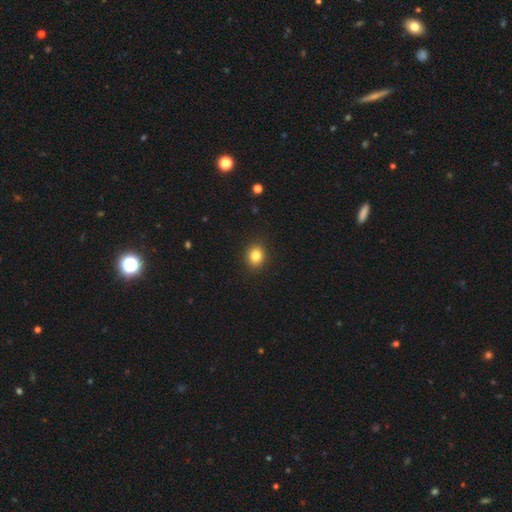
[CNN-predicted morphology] Smooth or featured?
  - smooth: 84% *
  - star or artifact: 10%
  - featured or disk: 5%
How rounded?
  - round: 66% *
  - in between: 33%
  - cigar-shaped: 1%
Merging?
  - none: 91% *
  - minor disturbance: 6%
  - major disturbance: 2%
  - merger: 1%